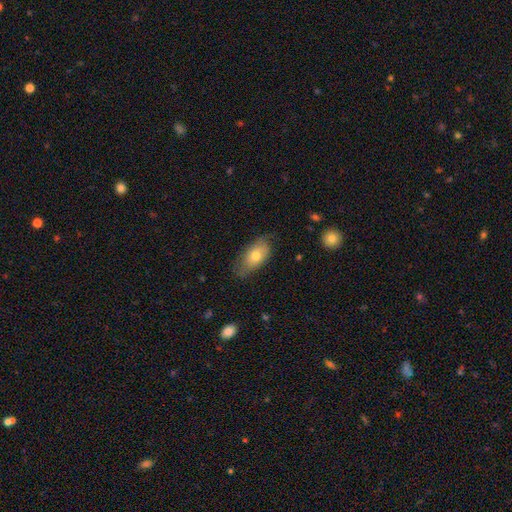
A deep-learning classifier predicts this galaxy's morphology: This is likely a smooth galaxy (68%). How rounded: clearly in between (89%). Merging: likely none (66%).